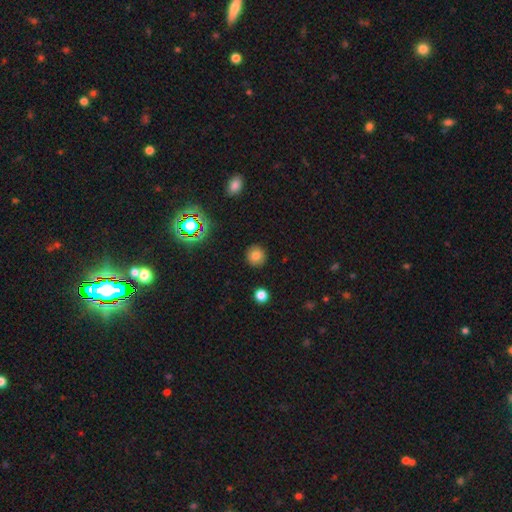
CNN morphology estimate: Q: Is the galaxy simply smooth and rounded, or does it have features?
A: smooth — 77%.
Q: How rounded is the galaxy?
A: round — 90%.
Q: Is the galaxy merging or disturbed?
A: none — 90%.